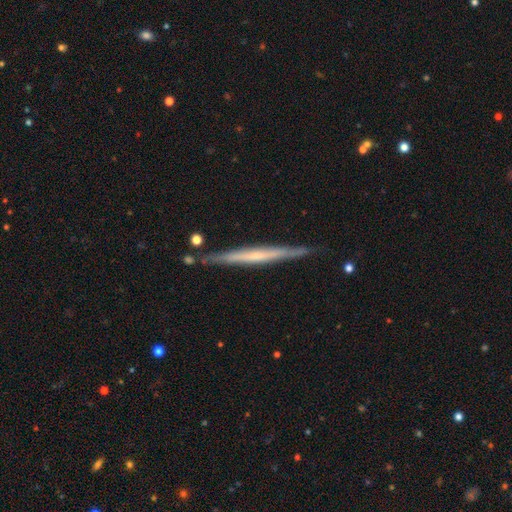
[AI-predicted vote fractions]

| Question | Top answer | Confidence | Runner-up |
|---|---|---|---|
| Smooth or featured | featured or disk | 65% | smooth (30%) |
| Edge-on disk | yes | 97% | no (3%) |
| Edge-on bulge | none | 71% | rounded (21%) |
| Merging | none | 86% | minor disturbance (10%) |